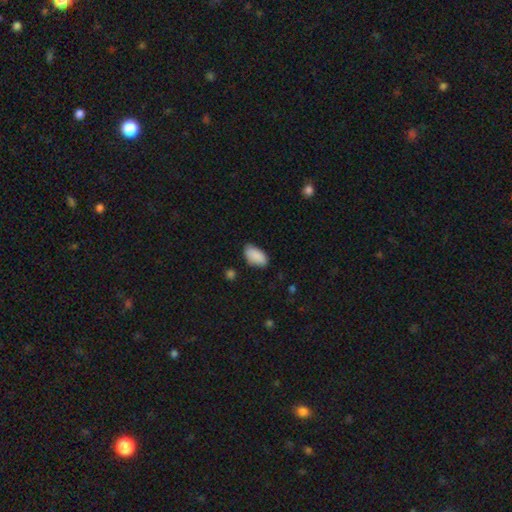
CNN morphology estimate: smooth 89%, star or artifact 7%, featured or disk 4%. Down the decision tree: how rounded — in between (94%); merging — none (73%).